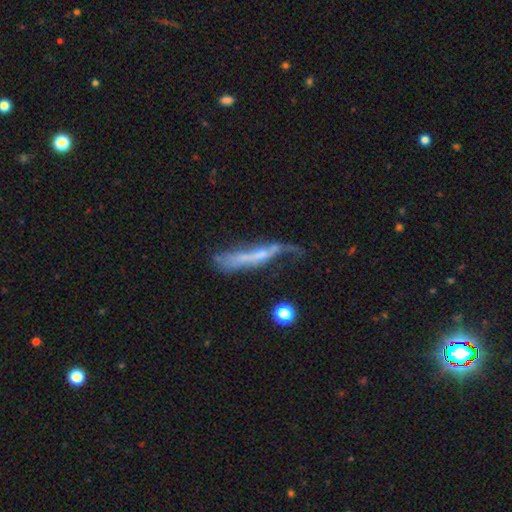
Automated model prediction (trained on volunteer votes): Smooth or featured: featured or disk — 57% (smooth — 34%)
Edge-on disk: yes — 61% (no — 39%)
Merging: major disturbance — 33% (none — 30%)